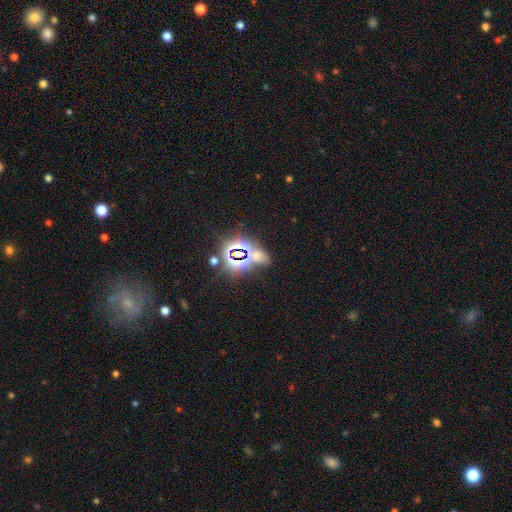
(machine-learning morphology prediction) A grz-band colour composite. It shows a star or artifact, not a galaxy (62%).